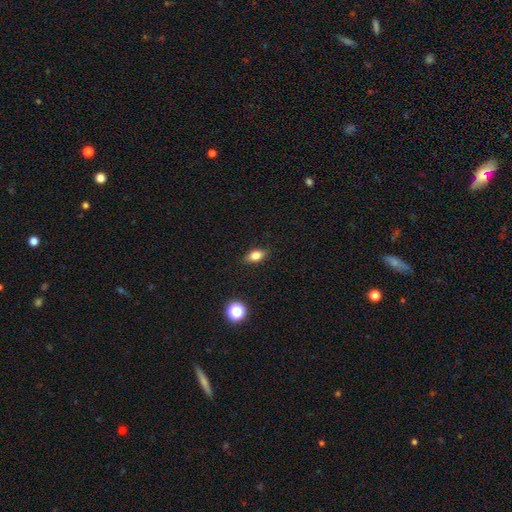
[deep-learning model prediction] smooth_or_featured: smooth (p=0.80) [alt: star or artifact p=0.10]
how_rounded: in between (p=0.82) [alt: round p=0.12]
merging: none (p=0.87) [alt: minor disturbance p=0.10]